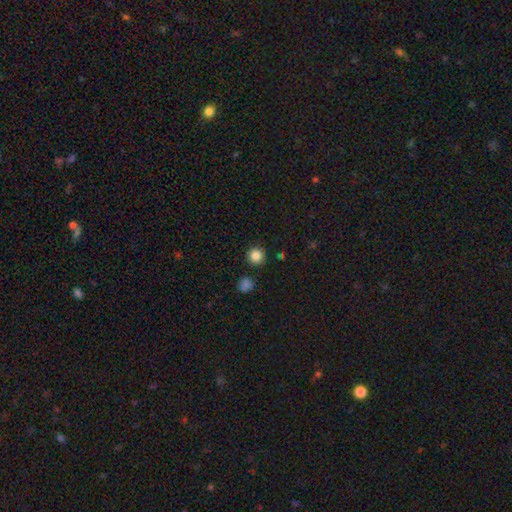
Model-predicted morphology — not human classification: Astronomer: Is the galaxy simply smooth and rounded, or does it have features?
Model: smooth — 85%.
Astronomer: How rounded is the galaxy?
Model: round — 95%.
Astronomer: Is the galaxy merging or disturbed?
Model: none — 90%.